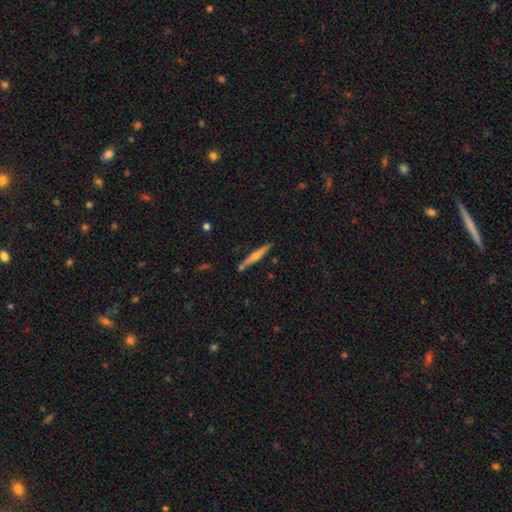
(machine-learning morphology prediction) Q: Smooth or featured?
A: featured or disk (54%); runner-up: smooth (39%)
Q: Edge-on disk?
A: yes (96%); runner-up: no (4%)
Q: Edge-on bulge?
A: rounded (75%); runner-up: none (20%)
Q: Merging?
A: none (83%); runner-up: minor disturbance (10%)